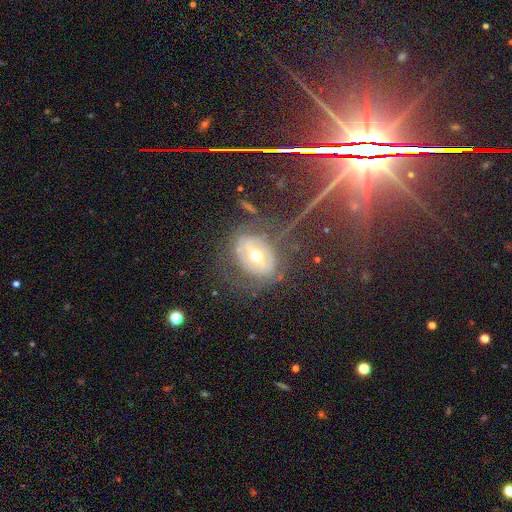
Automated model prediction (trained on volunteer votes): A featured or disk galaxy (64%) with a weak bar (37%), spiral arms (60%) and a moderate central bulge (67%).

Vote fractions:
- Smooth or featured? featured or disk: 64% / smooth: 20% / star or artifact: 15%
- Edge-on disk? no: 92% / yes: 8%
- Bar? weak: 37% / strong: 34% / no: 30%
- Spiral arms? yes: 60% / no: 40%
- Bulge size? moderate: 67% / small: 27% / large: 4% / dominant: 1% / none: 1%
- Merging? none: 65% / minor disturbance: 18% / major disturbance: 14% / merger: 2%